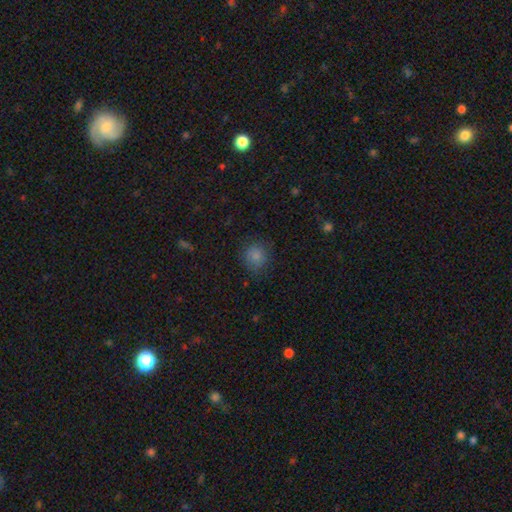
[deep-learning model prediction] The model was most divided on "merging": none: 80%, minor disturbance: 14%, major disturbance: 5%, merger: 1%. More confident: how rounded — round (87%); smooth or featured — smooth (83%).